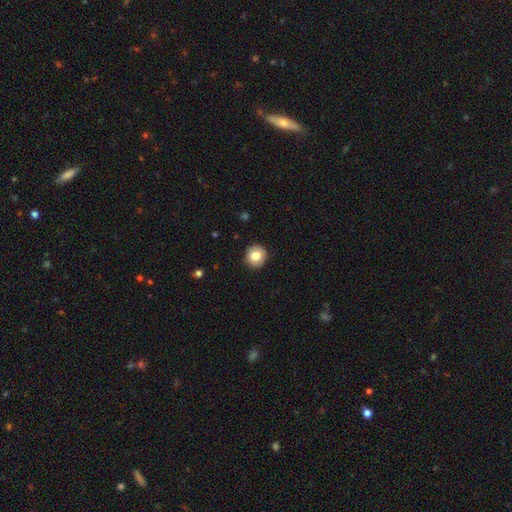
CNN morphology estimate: smooth-or-featured: smooth: 81% | featured or disk: 10% | star or artifact: 9%
  how-rounded: round: 91% | in between: 8% | cigar-shaped: 1%
  merging: none: 91% | minor disturbance: 7% | major disturbance: 2% | merger: 1%